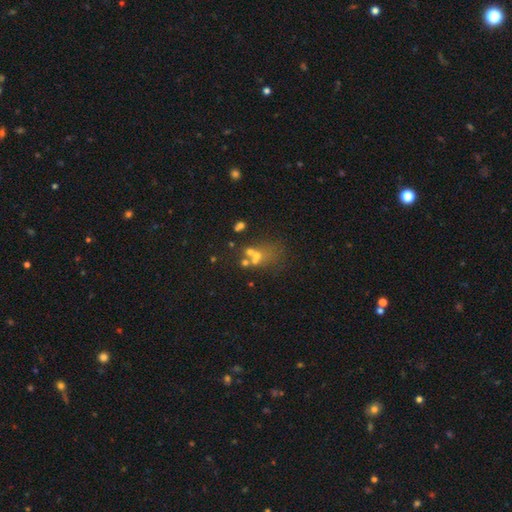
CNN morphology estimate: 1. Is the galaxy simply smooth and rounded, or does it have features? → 43% smooth, 29% featured or disk, 29% star or artifact.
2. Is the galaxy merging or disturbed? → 39% none, 36% merger, 13% major disturbance, 12% minor disturbance.